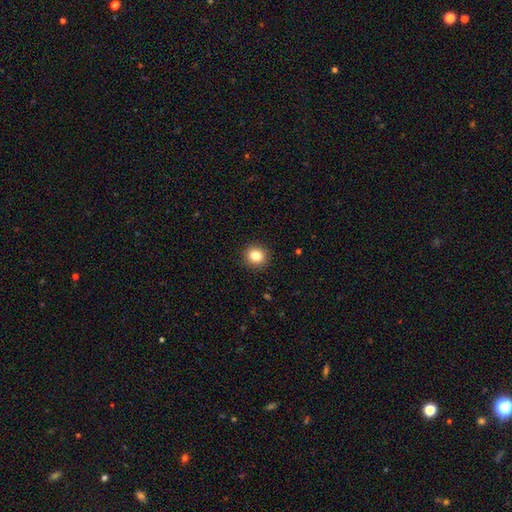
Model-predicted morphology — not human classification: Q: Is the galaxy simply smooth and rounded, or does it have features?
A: smooth — 83%.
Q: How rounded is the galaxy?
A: round — 86%.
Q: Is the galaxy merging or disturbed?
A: none — 92%.